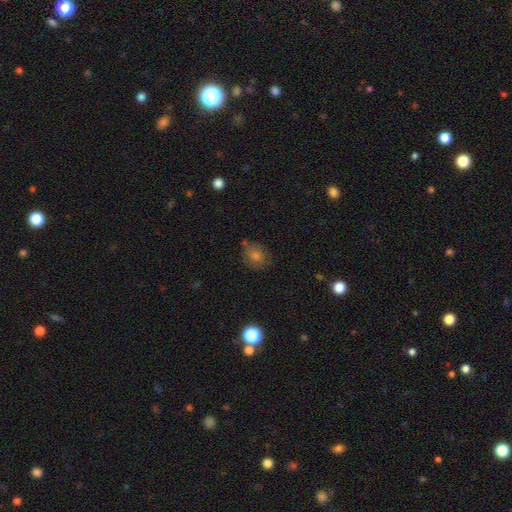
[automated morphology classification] Smooth or featured?
  - smooth: 71% *
  - star or artifact: 17%
  - featured or disk: 13%
How rounded?
  - round: 74% *
  - in between: 25%
  - cigar-shaped: 1%
Merging?
  - none: 75% *
  - minor disturbance: 16%
  - merger: 5%
  - major disturbance: 4%